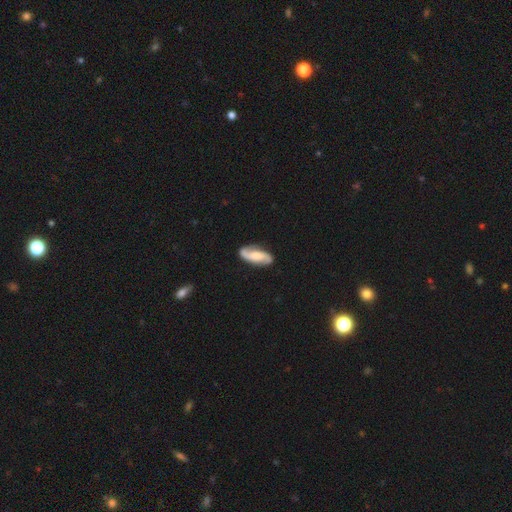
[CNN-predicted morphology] The model was most divided on "spiral winding": loose: 43%, medium: 38%, tight: 19%. Remaining: spiral arms — yes (96%); edge-on disk — no (94%); spiral arm count — 2 (92%); merging — none (83%); smooth or featured — featured or disk (73%); bar — no (49%); bulge size — moderate (33%).